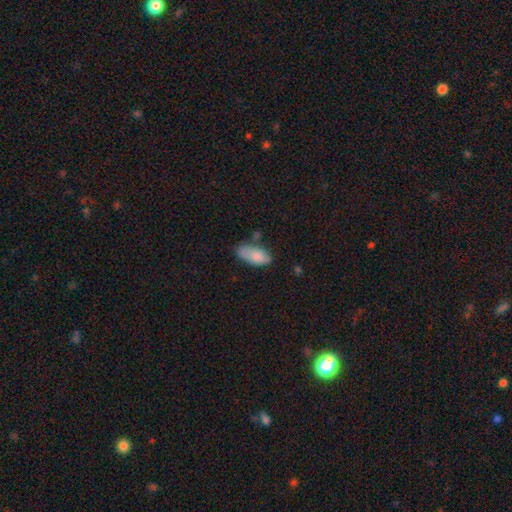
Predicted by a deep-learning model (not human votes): Morphology: type=smooth (81%); roundness=in between (91%); merging=none (58%).